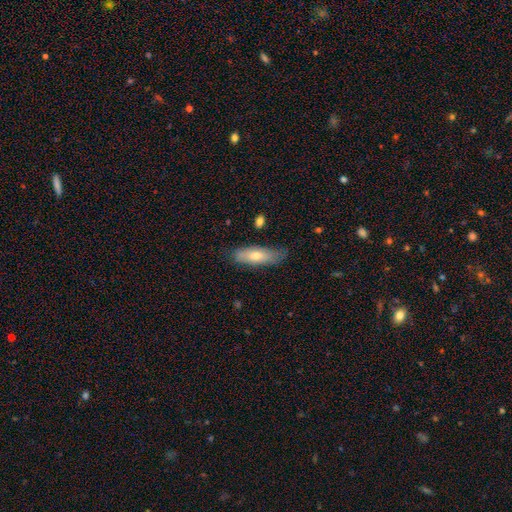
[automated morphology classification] This is likely a smooth galaxy (66%). How rounded: possibly in between (54%). Merging: likely none (72%).